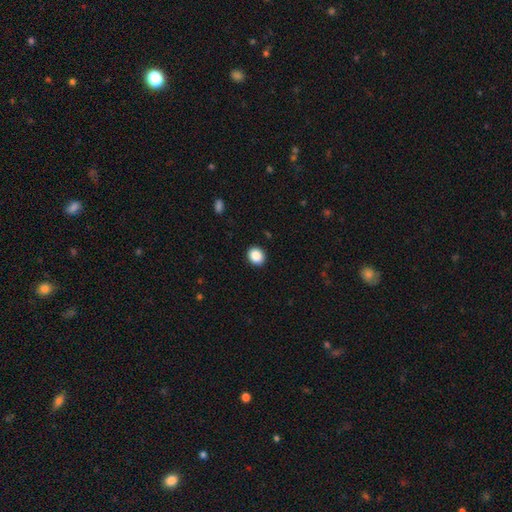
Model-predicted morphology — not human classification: The model was most divided on "how rounded": round: 63%, in between: 36%, cigar-shaped: 1%. More confident: merging — none (91%); smooth or featured — smooth (89%).